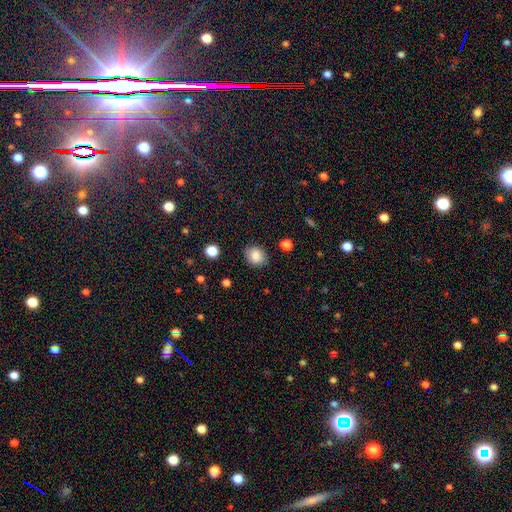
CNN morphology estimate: smooth 84%, star or artifact 9%, featured or disk 7%. Down the decision tree: how rounded — round (53%); merging — none (82%).